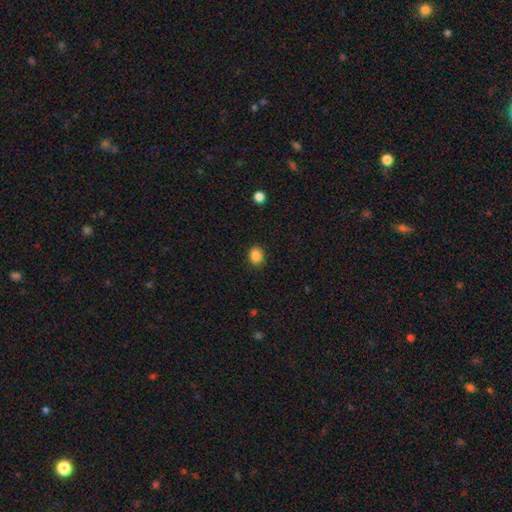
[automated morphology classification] type=smooth (86%); roundness=round (59%); merging=none (90%).